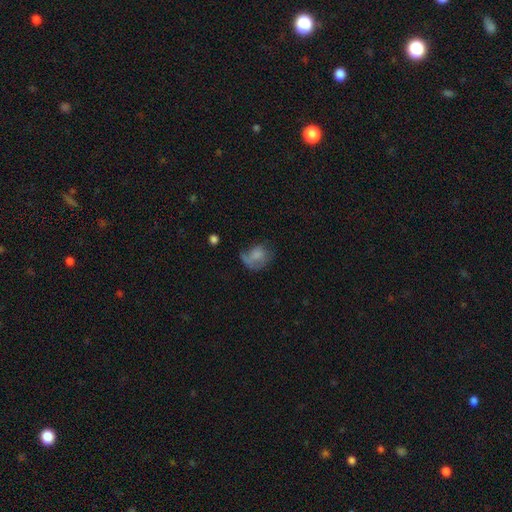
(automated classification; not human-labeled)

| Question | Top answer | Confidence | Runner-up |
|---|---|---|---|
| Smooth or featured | smooth | 62% | featured or disk (27%) |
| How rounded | in between | 59% | round (39%) |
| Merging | major disturbance | 37% | none (31%) |